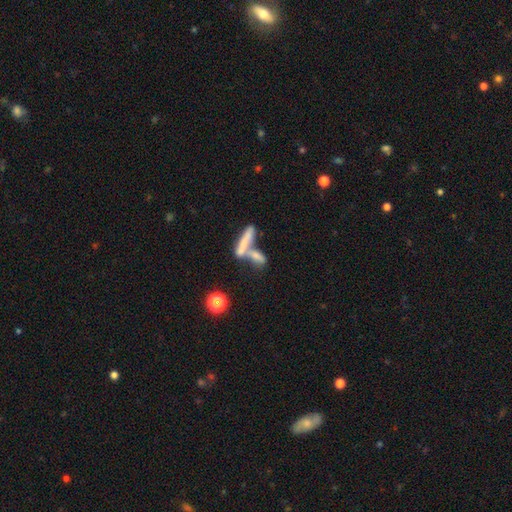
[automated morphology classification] The model was most divided on "merging": merger: 59%, none: 26%, minor disturbance: 8%, major disturbance: 7%. More confident: how rounded — cigar-shaped (67%); smooth or featured — smooth (61%).